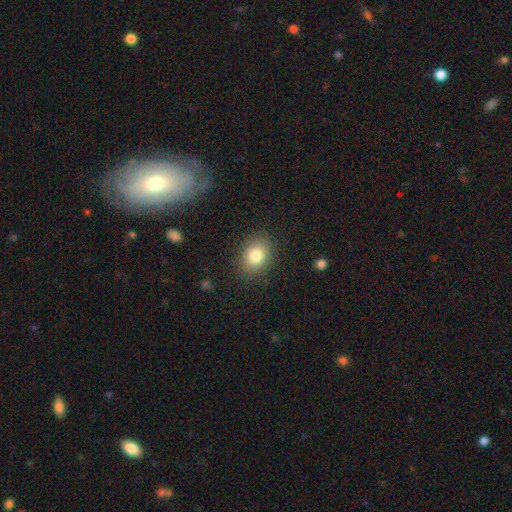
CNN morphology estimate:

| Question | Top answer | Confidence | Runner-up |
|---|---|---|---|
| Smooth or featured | smooth | 82% | star or artifact (10%) |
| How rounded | in between | 57% | round (42%) |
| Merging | none | 86% | minor disturbance (10%) |